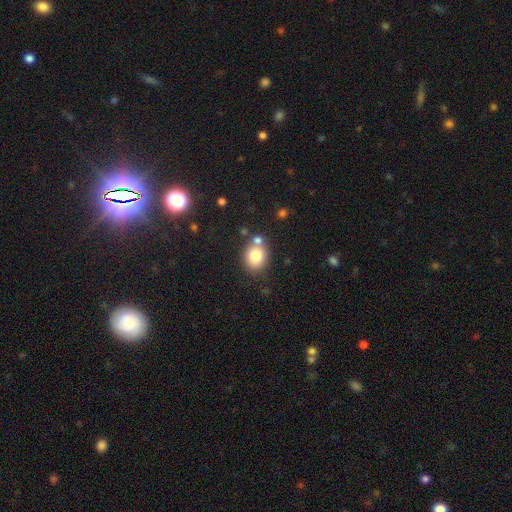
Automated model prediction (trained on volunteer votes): Morphology: type=smooth (81%); roundness=round (61%); merging=none (62%).